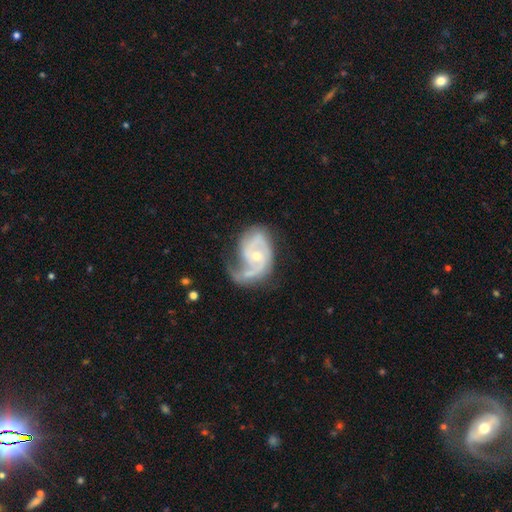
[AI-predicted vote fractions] Smooth or featured?
  - featured or disk: 88% *
  - smooth: 7%
  - star or artifact: 5%
Edge-on disk?
  - no: 97% *
  - yes: 3%
Bar?
  - no: 62% *
  - weak: 31%
  - strong: 7%
Spiral arms?
  - yes: 95% *
  - no: 5%
Spiral winding?
  - medium: 48% *
  - tight: 30%
  - loose: 23%
Spiral arm count?
  - 2: 63% *
  - 1: 17%
  - can't tell: 9%
  - 3: 7%
  - 4: 2%
  - more than 4: 2%
Bulge size?
  - small: 55% *
  - moderate: 42%
  - large: 1%
  - none: 1%
  - dominant: 1%
Merging?
  - none: 43% *
  - minor disturbance: 28%
  - major disturbance: 25%
  - merger: 4%